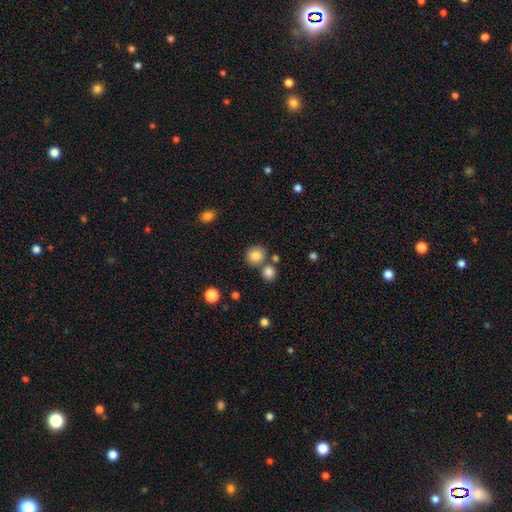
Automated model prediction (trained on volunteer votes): This is clearly a smooth galaxy (84%). How rounded: clearly round (81%). Merging: likely none (71%).